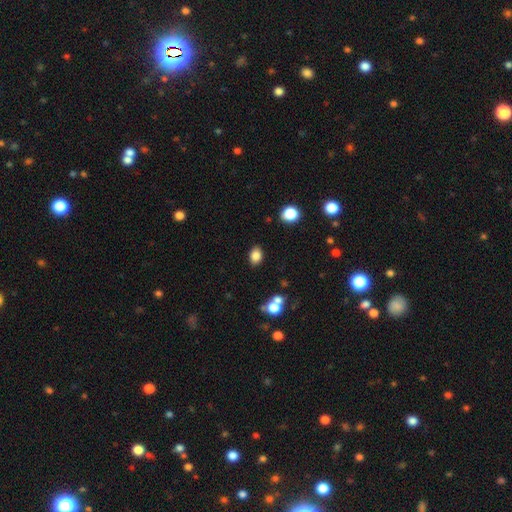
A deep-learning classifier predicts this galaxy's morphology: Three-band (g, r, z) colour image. It shows a smooth galaxy with no disk features (84%) that is in between round and cigar-shaped (75%). Merging: none (85%).